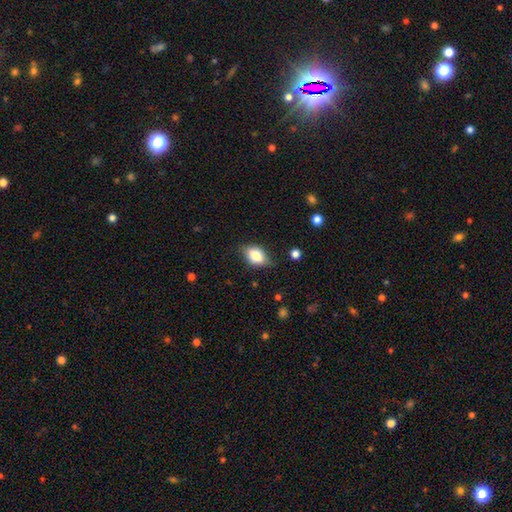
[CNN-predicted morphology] smooth_or_featured: smooth (p=0.77) [alt: featured or disk p=0.15]
how_rounded: in between (p=0.80) [alt: round p=0.17]
merging: none (p=0.72) [alt: minor disturbance p=0.22]